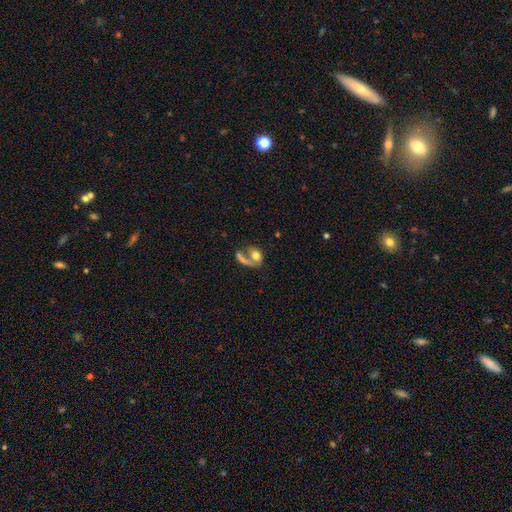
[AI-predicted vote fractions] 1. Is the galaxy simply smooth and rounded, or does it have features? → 63% smooth, 28% featured or disk, 9% star or artifact.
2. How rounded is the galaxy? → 63% in between, 32% round, 5% cigar-shaped.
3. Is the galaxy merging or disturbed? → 39% merger, 32% none, 18% major disturbance, 10% minor disturbance.